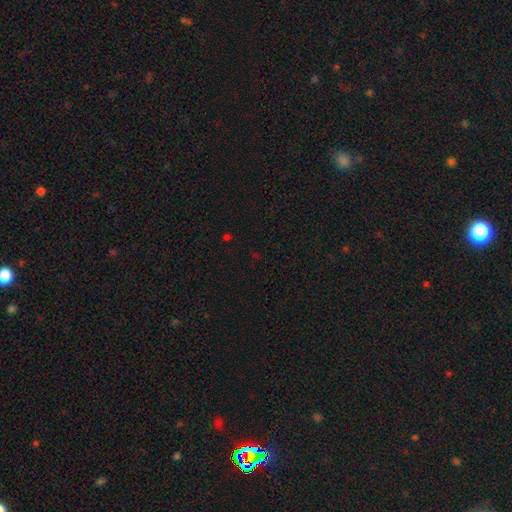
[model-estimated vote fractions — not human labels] Smooth or featured? star or artifact (69%)